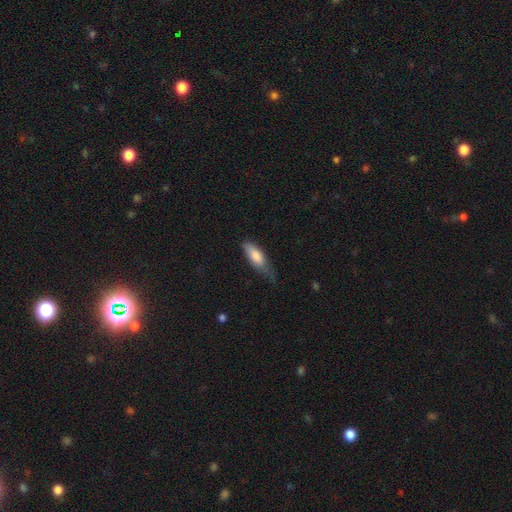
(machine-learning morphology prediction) This is likely a smooth galaxy (77%). How rounded: likely in between (66%). Merging: marginally minor disturbance (44%).